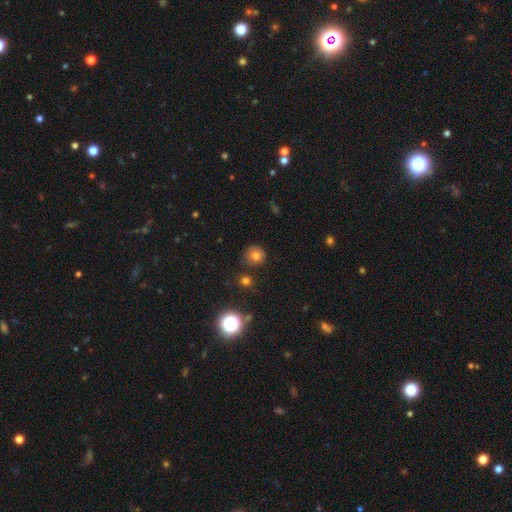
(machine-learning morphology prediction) Smooth or featured? smooth (74%)
How rounded? round (89%)
Merging? none (77%)